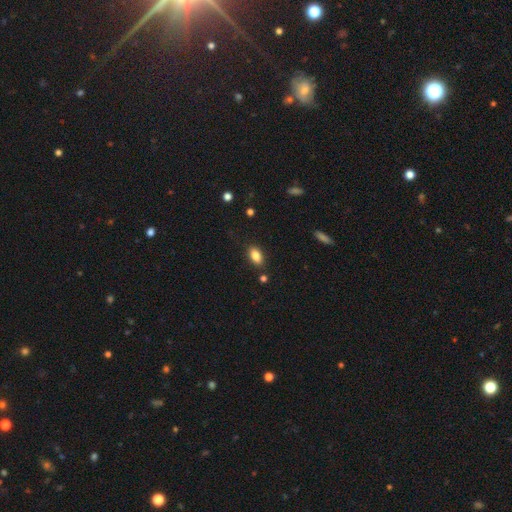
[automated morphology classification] Smooth or featured: smooth — 85% (star or artifact — 8%)
How rounded: in between — 90% (round — 6%)
Merging: none — 85% (minor disturbance — 10%)